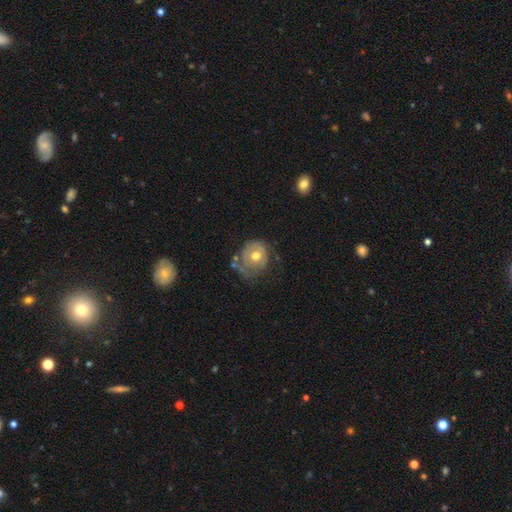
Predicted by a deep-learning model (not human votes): Smooth or featured? Predicted: featured or disk (p=0.56). Edge-on disk? Predicted: no (p=0.97). Bar? Predicted: no (p=0.82). Spiral arms? Predicted: yes (p=0.60). Bulge size? Predicted: moderate (p=0.78). Merging? Predicted: none (p=0.45).